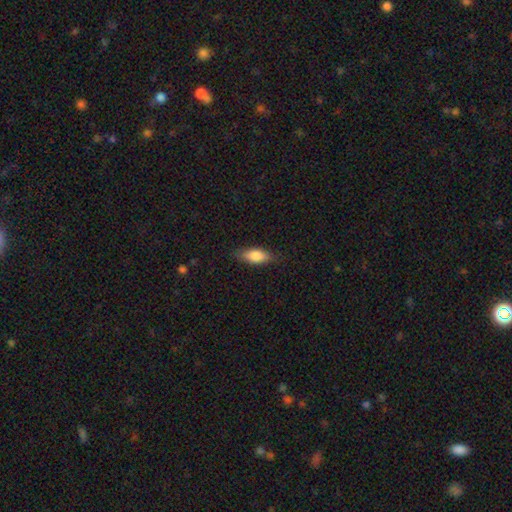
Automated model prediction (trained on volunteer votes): The model was most divided on "how rounded": in between: 78%, cigar-shaped: 20%, round: 3%. More confident: merging — none (82%); smooth or featured — smooth (80%).